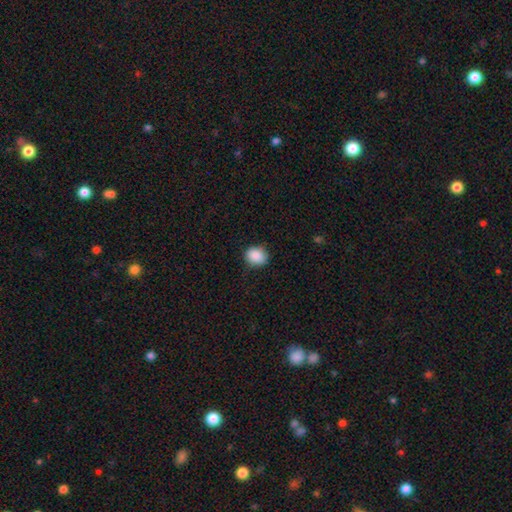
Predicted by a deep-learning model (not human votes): Q: Smooth or featured?
A: smooth (89%); runner-up: star or artifact (8%)
Q: How rounded?
A: round (65%); runner-up: in between (34%)
Q: Merging?
A: none (83%); runner-up: minor disturbance (13%)